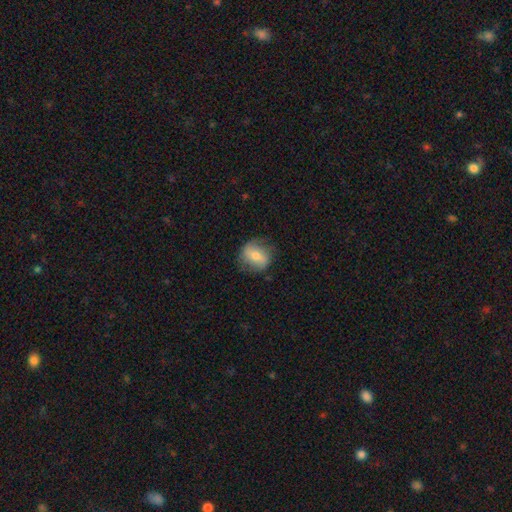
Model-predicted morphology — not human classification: Smooth or featured? smooth (52%)
How rounded? round (64%)
Merging? none (73%)